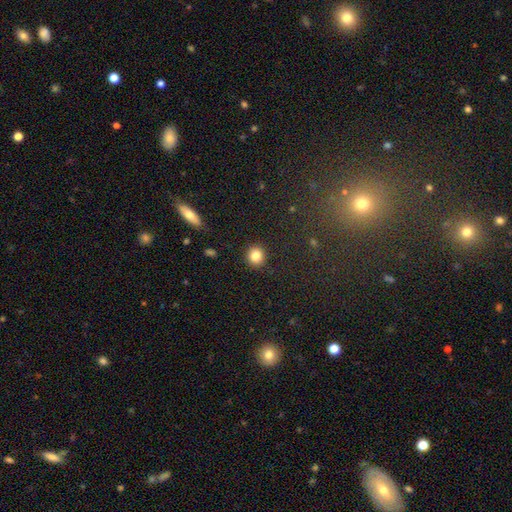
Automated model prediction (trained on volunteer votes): Smooth or featured? Predicted: smooth (p=0.85). How rounded? Predicted: round (p=0.87). Merging? Predicted: none (p=0.91).